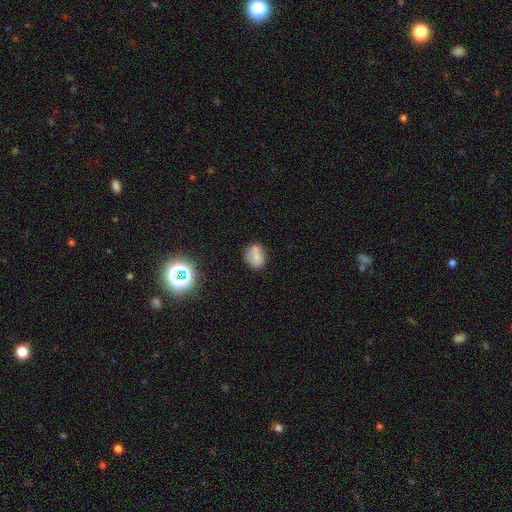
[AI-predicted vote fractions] Smooth or featured? Predicted: smooth (p=0.69). How rounded? Predicted: in between (p=0.50). Merging? Predicted: none (p=0.63).